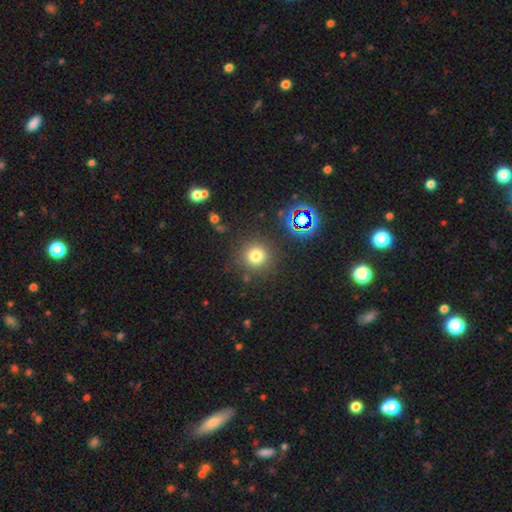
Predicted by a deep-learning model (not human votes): Smooth or featured? smooth (74%)
How rounded? round (93%)
Merging? none (85%)